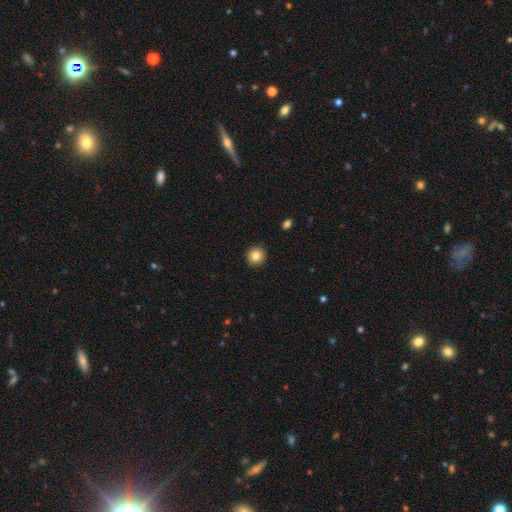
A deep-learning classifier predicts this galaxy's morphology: Smooth or featured: smooth — 83% (star or artifact — 10%)
How rounded: round — 94% (in between — 5%)
Merging: none — 93% (minor disturbance — 5%)